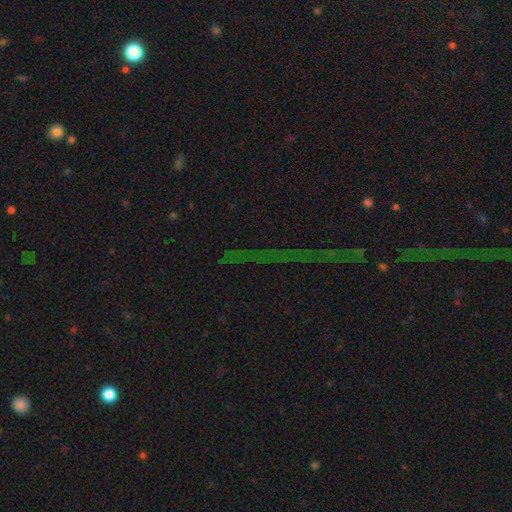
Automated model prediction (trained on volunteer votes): A star or artifact, not a galaxy (80%).